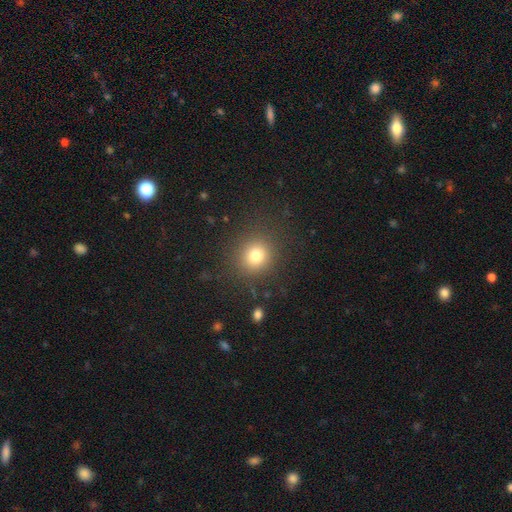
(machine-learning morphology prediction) This appears to be a smooth galaxy with no disk features (78%) that is round (88%). Merging: none (87%).